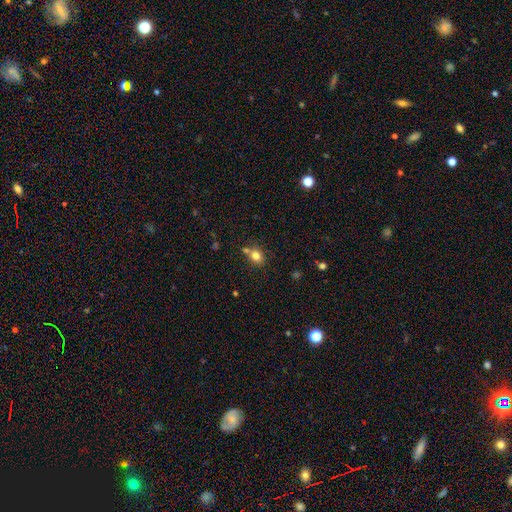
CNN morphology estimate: Smooth or featured: smooth — 79% (star or artifact — 12%)
How rounded: round — 60% (in between — 39%)
Merging: none — 61% (merger — 23%)